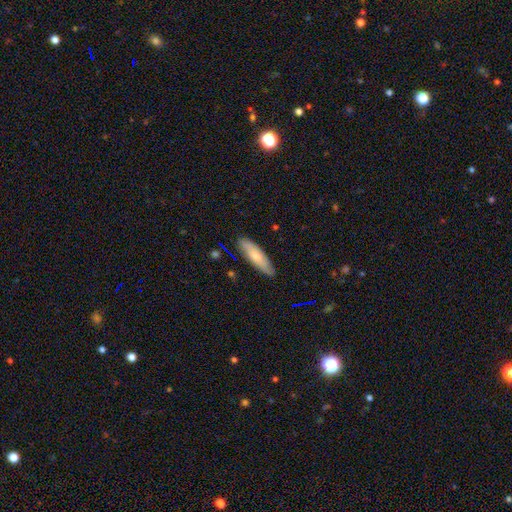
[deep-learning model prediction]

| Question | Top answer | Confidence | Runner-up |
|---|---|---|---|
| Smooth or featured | smooth | 66% | featured or disk (28%) |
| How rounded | cigar-shaped | 61% | in between (38%) |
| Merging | none | 84% | minor disturbance (13%) |